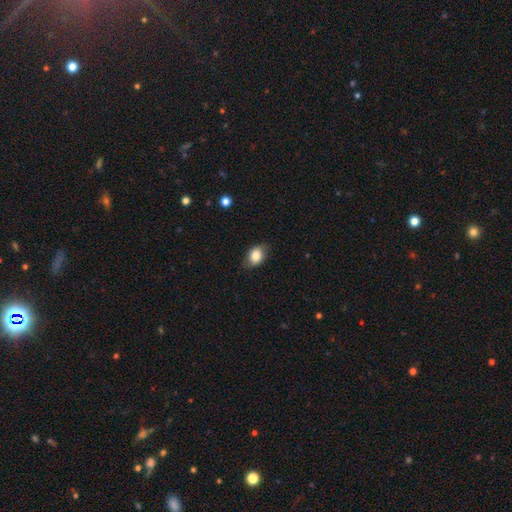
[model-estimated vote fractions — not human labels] A smooth galaxy with no disk features (83%) that is in between round and cigar-shaped (74%).

Vote fractions:
- Smooth or featured? smooth: 83% / featured or disk: 9% / star or artifact: 8%
- How rounded? in between: 74% / round: 24% / cigar-shaped: 1%
- Merging? none: 78% / minor disturbance: 17% / major disturbance: 4% / merger: 1%